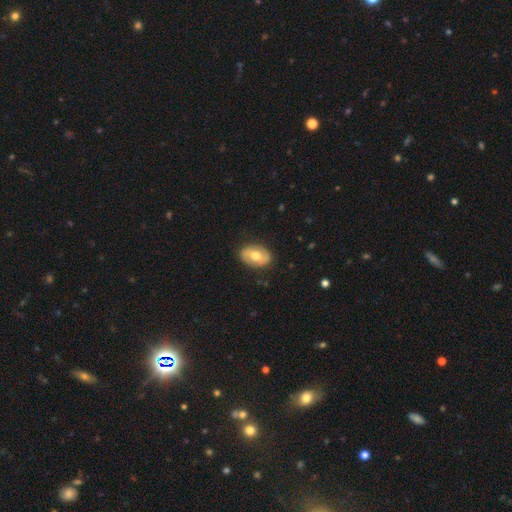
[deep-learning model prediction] The model was most divided on "smooth or featured": smooth: 51%, featured or disk: 43%, star or artifact: 6%. More confident: merging — none (84%); how rounded — in between (83%).